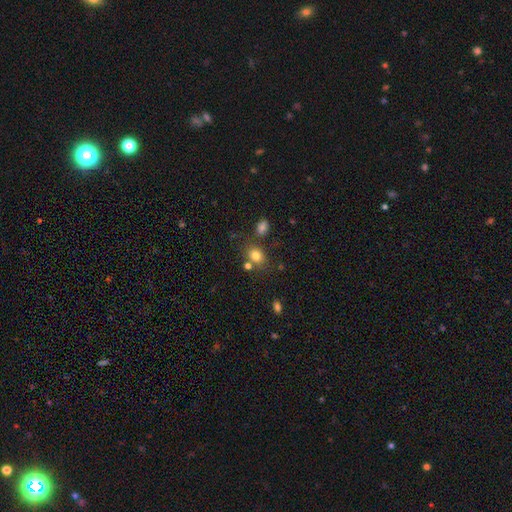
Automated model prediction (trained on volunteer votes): A smooth galaxy with no disk features (79%) that is in between round and cigar-shaped (62%). Merging: none (67%).